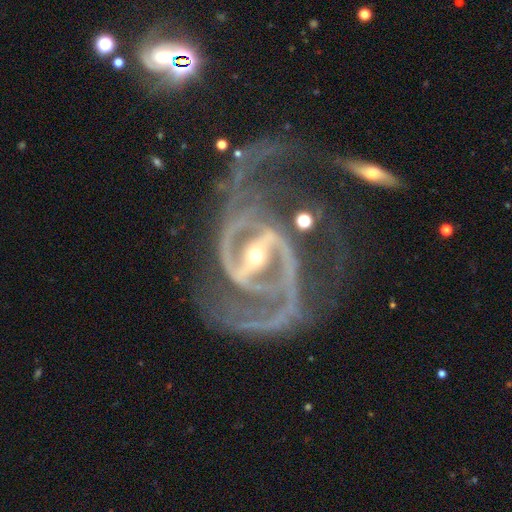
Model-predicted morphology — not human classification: type=featured or disk (93%); edge-on=no (97%); bar=strong (77%); spiral arms=yes (97%); winding=medium (53%); arm count=2 (79%); bulge=small (59%); merging=none (42%).